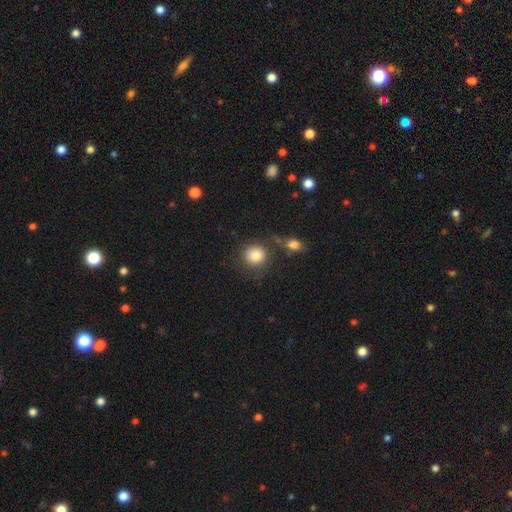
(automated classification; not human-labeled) Smooth or featured?
  - smooth: 83% *
  - featured or disk: 9%
  - star or artifact: 8%
How rounded?
  - round: 87% *
  - in between: 12%
  - cigar-shaped: 1%
Merging?
  - none: 64% *
  - merger: 15%
  - minor disturbance: 14%
  - major disturbance: 7%